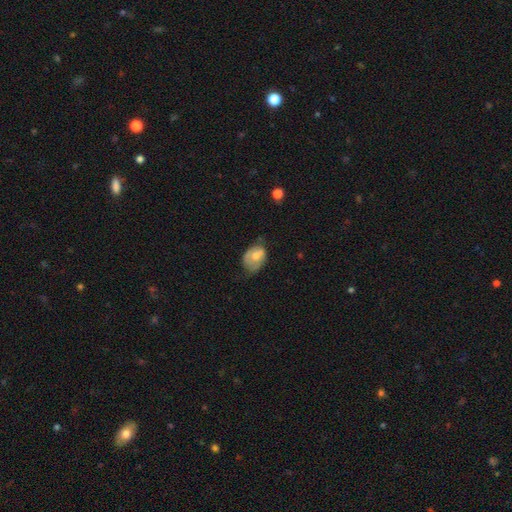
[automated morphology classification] The model was most divided on "merging": none: 41%, minor disturbance: 40%, major disturbance: 16%, merger: 3%. More confident: how rounded — in between (75%); smooth or featured — smooth (62%).